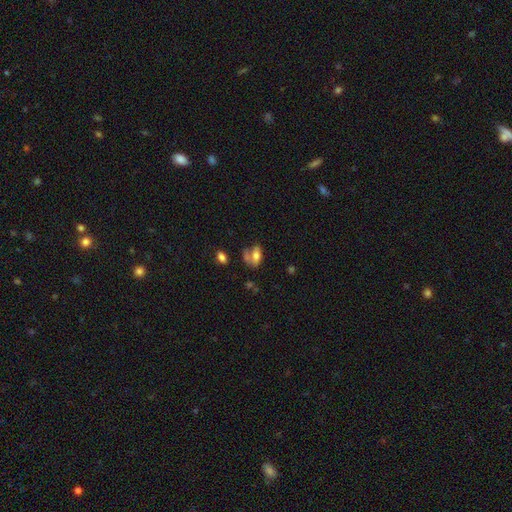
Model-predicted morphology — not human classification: smooth 66%, featured or disk 23%, star or artifact 11%. Down the decision tree: how rounded — in between (84%); merging — none (33%).